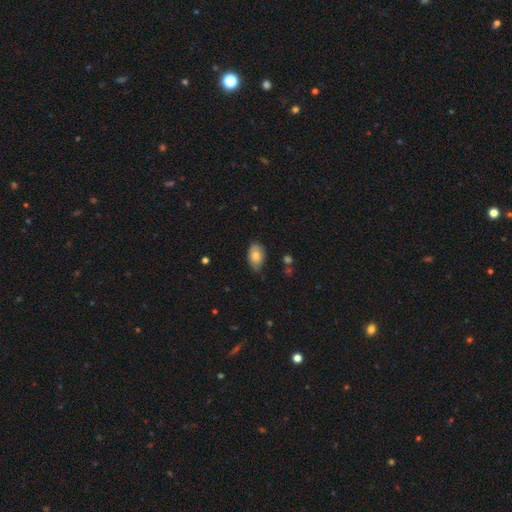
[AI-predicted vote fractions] A smooth galaxy with no disk features (78%) that is in between round and cigar-shaped (90%). Merging: none (65%).